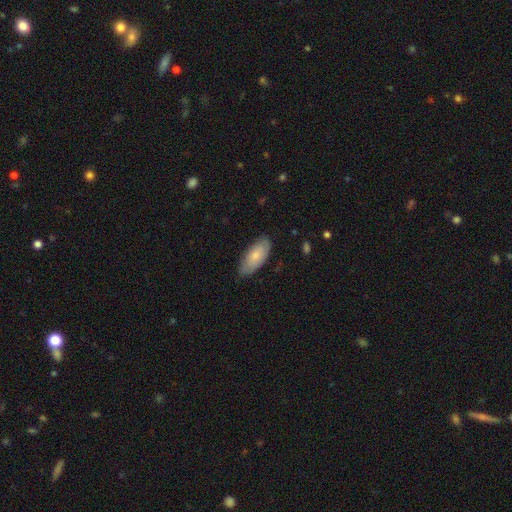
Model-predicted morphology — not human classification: Overall: smooth (75%). How rounded: in between (87%). Merging: none (76%).